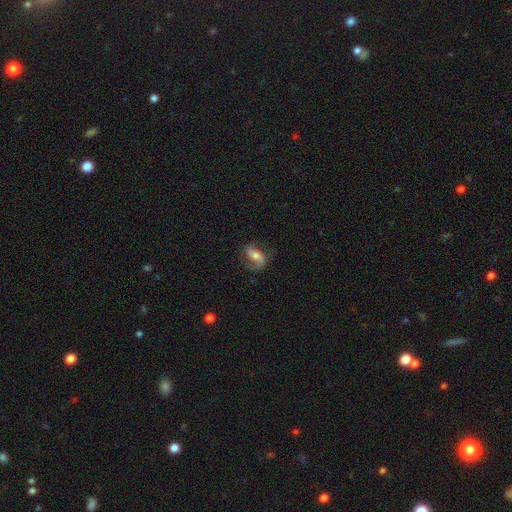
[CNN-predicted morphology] Smooth or featured?
  - featured or disk: 72% *
  - smooth: 21%
  - star or artifact: 7%
Edge-on disk?
  - no: 96% *
  - yes: 4%
Bar?
  - no: 39% *
  - weak: 37%
  - strong: 24%
Spiral arms?
  - yes: 92% *
  - no: 8%
Spiral winding?
  - medium: 43% *
  - loose: 41%
  - tight: 15%
Spiral arm count?
  - 2: 81% *
  - 1: 11%
  - can't tell: 5%
  - 3: 1%
  - 4: 1%
  - more than 4: 1%
Bulge size?
  - moderate: 62% *
  - small: 24%
  - large: 11%
  - none: 3%
  - dominant: 1%
Merging?
  - none: 69% *
  - minor disturbance: 18%
  - major disturbance: 12%
  - merger: 1%